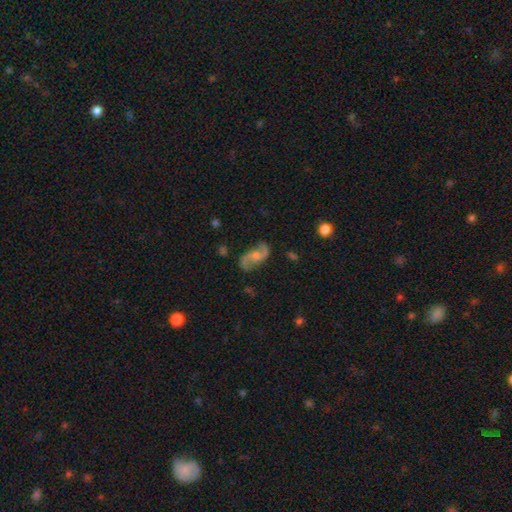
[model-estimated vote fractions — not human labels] Morphology: type=featured or disk (87%); edge-on=no (97%); bar=no (56%); spiral arms=yes (97%); winding=loose (56%); arm count=2 (94%); bulge=moderate (53%); merging=none (81%).